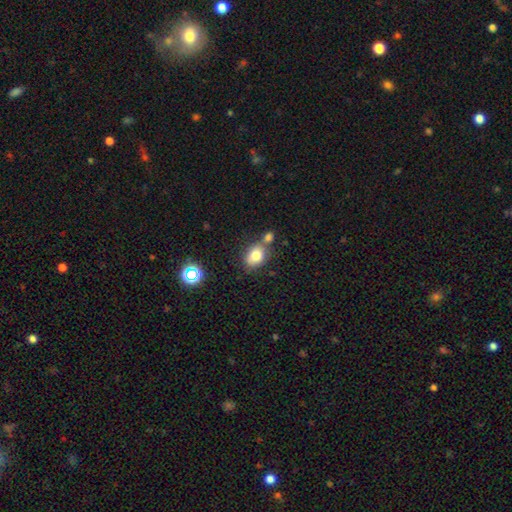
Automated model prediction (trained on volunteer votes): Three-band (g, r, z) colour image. It shows a smooth galaxy with no disk features (77%) that is in between round and cigar-shaped (63%). Merging: none (55%).